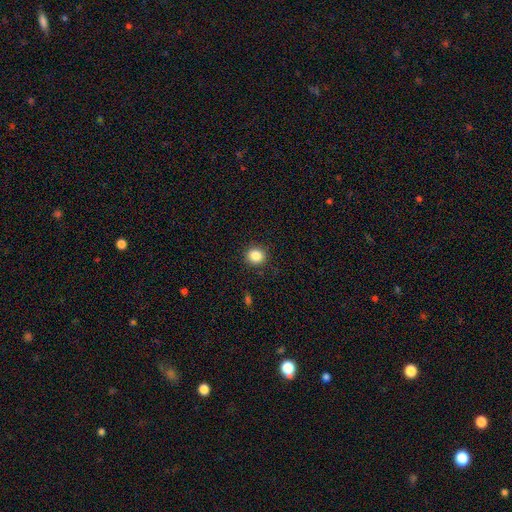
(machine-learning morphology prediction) smooth_or_featured: smooth (p=0.85) [alt: star or artifact p=0.10]
how_rounded: round (p=0.86) [alt: in between p=0.13]
merging: none (p=0.90) [alt: minor disturbance p=0.07]